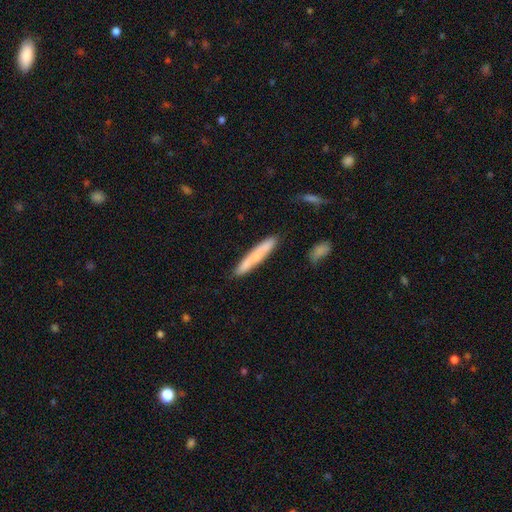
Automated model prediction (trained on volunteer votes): This is likely a smooth galaxy (65%). How rounded: clearly cigar-shaped (95%). Merging: clearly none (83%).